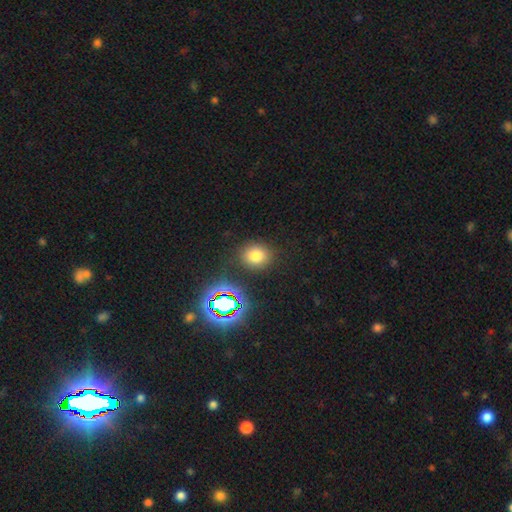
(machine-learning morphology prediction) A smooth galaxy with no disk features (73%) that is round (71%). Merging: none (84%).